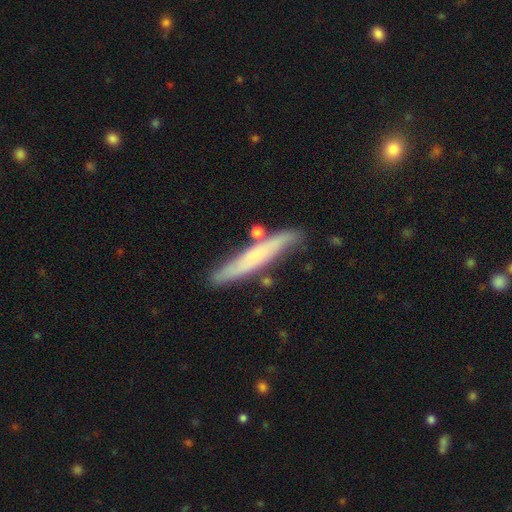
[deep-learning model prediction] Overall: smooth (55%; featured or disk 39%). How rounded: cigar-shaped (92%). Merging: none (76%).